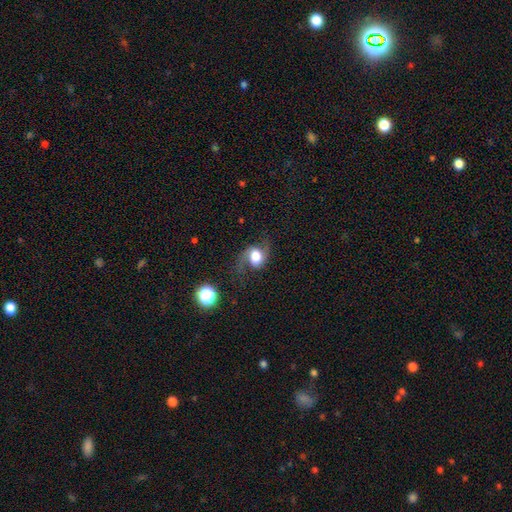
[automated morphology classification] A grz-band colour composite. It shows a featured or disk galaxy (64%) with no bar (56%), 2 (88%) loose (68%) spiral arms (92%) and a large central bulge (48%). Merging: none (63%).